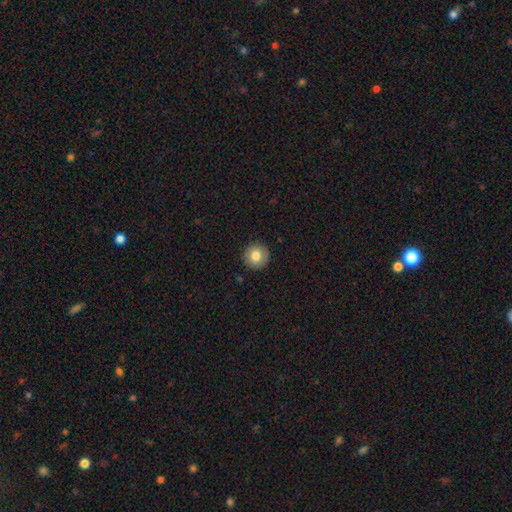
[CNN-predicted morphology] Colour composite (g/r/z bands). It shows a smooth galaxy with no disk features (82%) that is round (95%). Merging: none (92%).